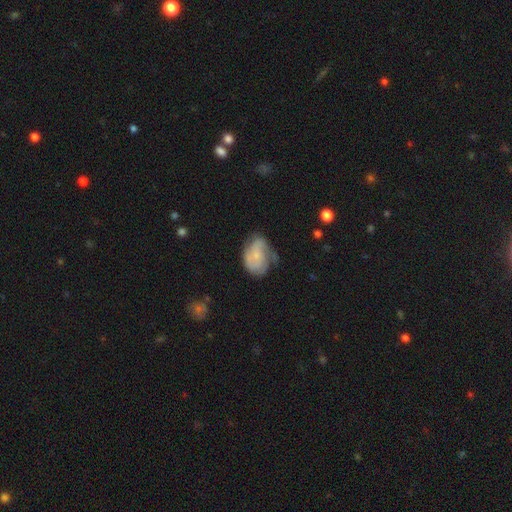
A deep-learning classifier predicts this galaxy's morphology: Smooth or featured?
  - featured or disk: 64% *
  - smooth: 29%
  - star or artifact: 7%
Edge-on disk?
  - no: 97% *
  - yes: 3%
Bar?
  - no: 72% *
  - weak: 24%
  - strong: 4%
Spiral arms?
  - yes: 87% *
  - no: 13%
Spiral winding?
  - tight: 42% *
  - medium: 39%
  - loose: 19%
Spiral arm count?
  - 2: 38% *
  - can't tell: 29%
  - 3: 18%
  - 1: 8%
  - 4: 4%
  - more than 4: 3%
Bulge size?
  - small: 70% *
  - moderate: 17%
  - none: 10%
  - large: 2%
  - dominant: 1%
Merging?
  - none: 51% *
  - minor disturbance: 30%
  - major disturbance: 18%
  - merger: 2%